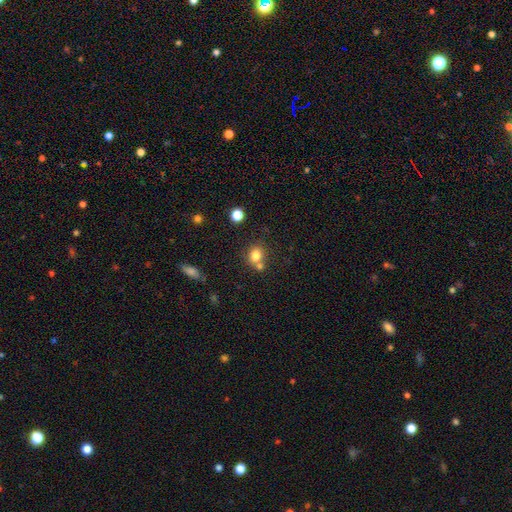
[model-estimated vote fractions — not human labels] Smooth or featured?
  - smooth: 79% *
  - star or artifact: 12%
  - featured or disk: 9%
How rounded?
  - round: 73% *
  - in between: 26%
  - cigar-shaped: 1%
Merging?
  - none: 54% *
  - merger: 32%
  - minor disturbance: 10%
  - major disturbance: 4%